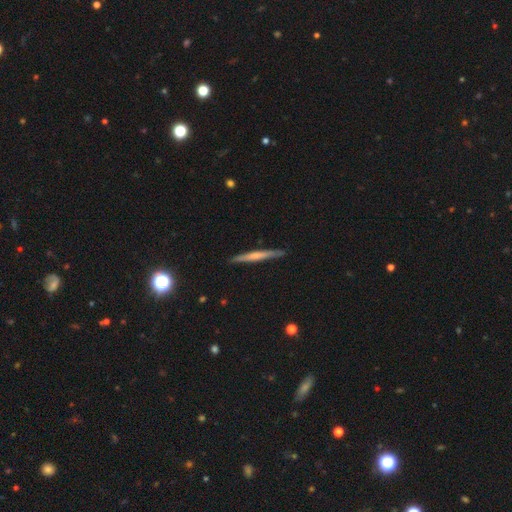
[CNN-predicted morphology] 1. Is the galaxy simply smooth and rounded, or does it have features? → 50% featured or disk, 44% smooth, 6% star or artifact.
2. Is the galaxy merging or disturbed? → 89% none, 8% minor disturbance, 1% major disturbance, 1% merger.